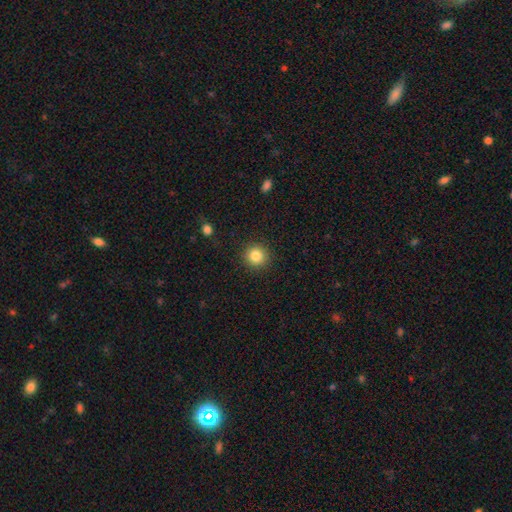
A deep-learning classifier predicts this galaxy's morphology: Overall: smooth (84%). How rounded: round (93%). Merging: none (91%).